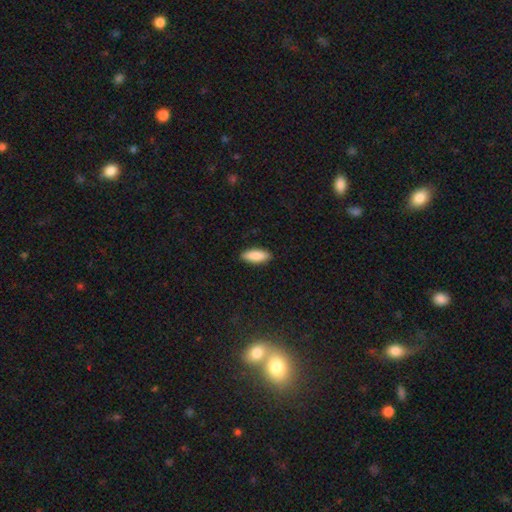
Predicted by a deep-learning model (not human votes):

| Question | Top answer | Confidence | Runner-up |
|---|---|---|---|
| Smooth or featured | smooth | 89% | star or artifact (6%) |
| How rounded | in between | 71% | cigar-shaped (27%) |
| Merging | none | 89% | minor disturbance (8%) |